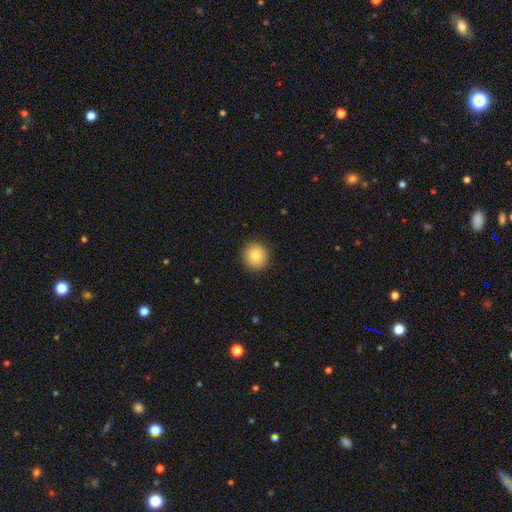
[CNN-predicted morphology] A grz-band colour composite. It shows a smooth galaxy with no disk features (83%) that is round (94%). Merging: none (92%).